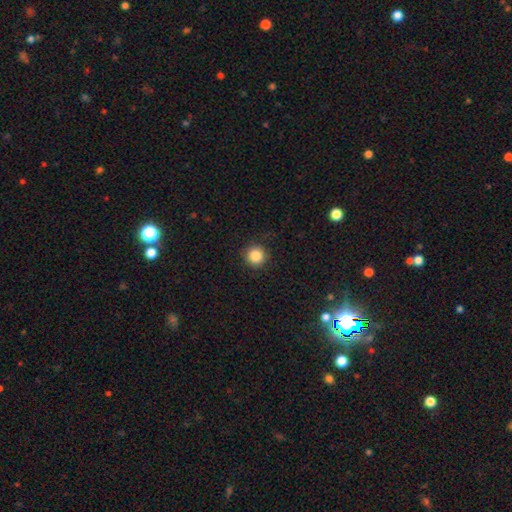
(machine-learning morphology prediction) Q: Smooth or featured?
A: smooth (86%); runner-up: star or artifact (10%)
Q: How rounded?
A: round (95%); runner-up: in between (4%)
Q: Merging?
A: none (91%); runner-up: minor disturbance (6%)